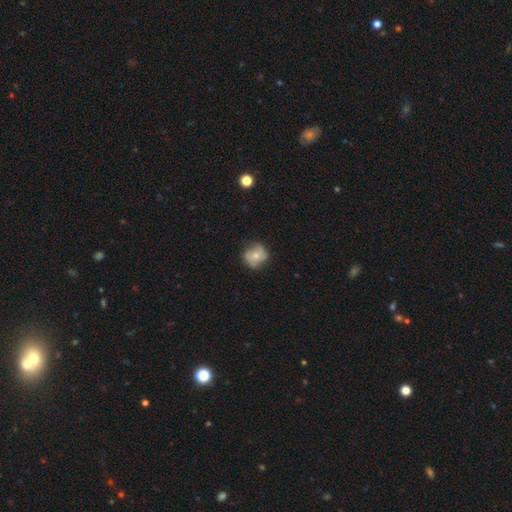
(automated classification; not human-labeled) Smooth or featured? Predicted: smooth (p=0.50). How rounded? Predicted: round (p=0.80). Merging? Predicted: none (p=0.66).